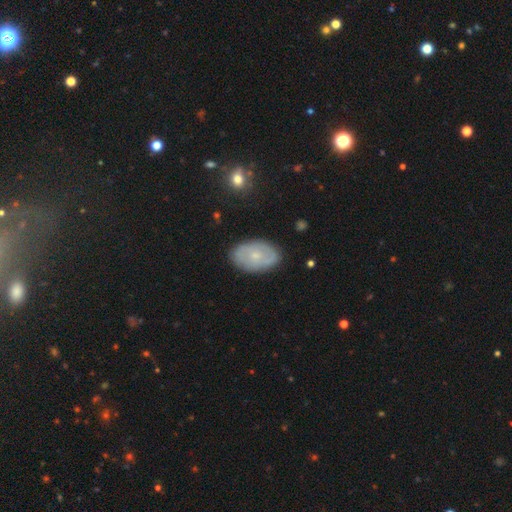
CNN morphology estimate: smooth-or-featured: smooth: 47% | featured or disk: 46% | star or artifact: 7%
  merging: none: 84% | minor disturbance: 12% | major disturbance: 3% | merger: 1%